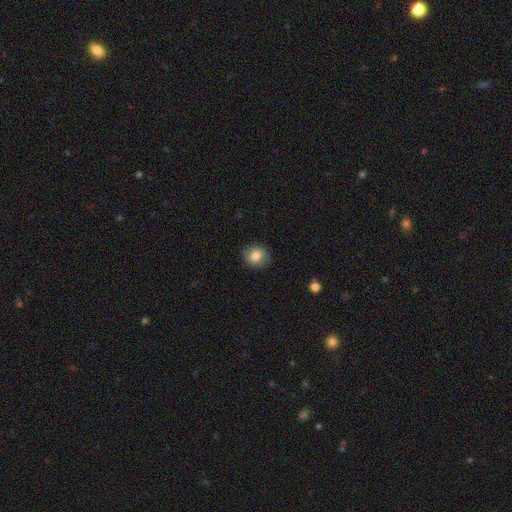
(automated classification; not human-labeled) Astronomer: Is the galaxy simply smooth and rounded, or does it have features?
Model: smooth — 78%.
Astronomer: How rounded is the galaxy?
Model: round — 71%.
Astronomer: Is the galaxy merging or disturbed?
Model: none — 84%.